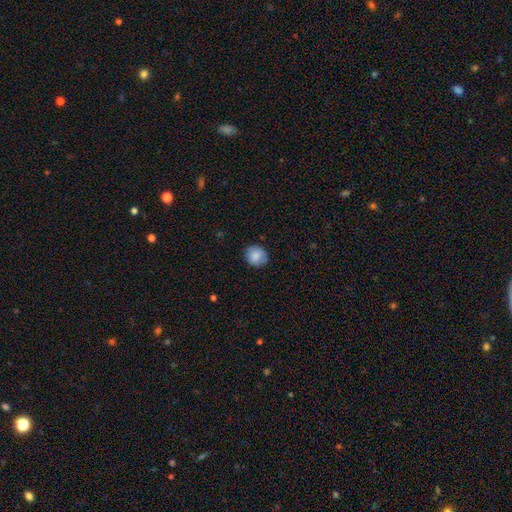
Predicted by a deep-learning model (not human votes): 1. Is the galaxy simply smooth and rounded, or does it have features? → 84% smooth, 8% featured or disk, 8% star or artifact.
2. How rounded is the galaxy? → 81% round, 18% in between, 1% cigar-shaped.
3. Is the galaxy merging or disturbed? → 82% none, 14% minor disturbance, 3% major disturbance, 1% merger.